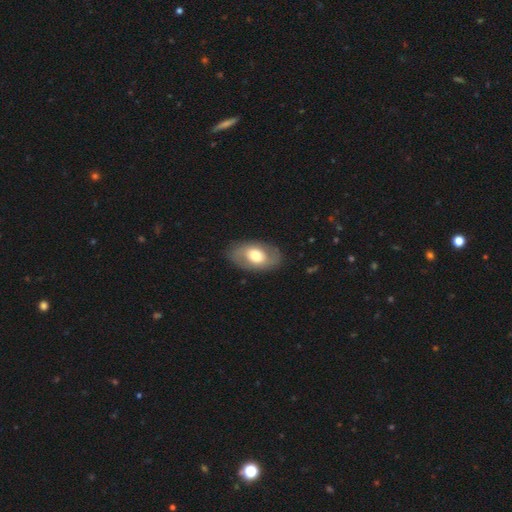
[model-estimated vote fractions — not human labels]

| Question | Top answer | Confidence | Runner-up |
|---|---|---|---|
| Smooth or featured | smooth | 48% | featured or disk (46%) |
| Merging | none | 82% | minor disturbance (12%) |